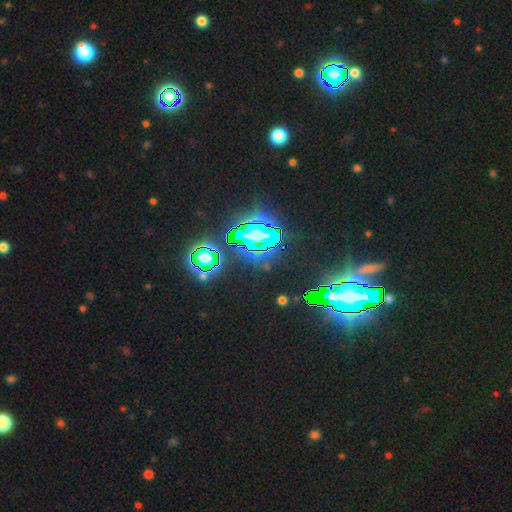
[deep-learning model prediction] smooth_or_featured: star or artifact (p=0.83) [alt: smooth p=0.09]